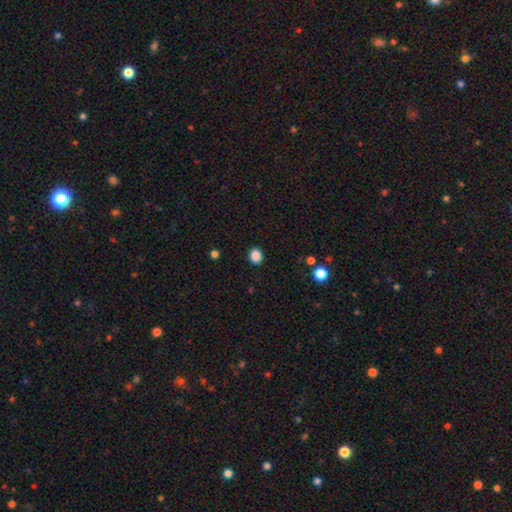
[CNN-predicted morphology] A smooth galaxy with no disk features (87%) that is round (64%). Merging: none (90%).